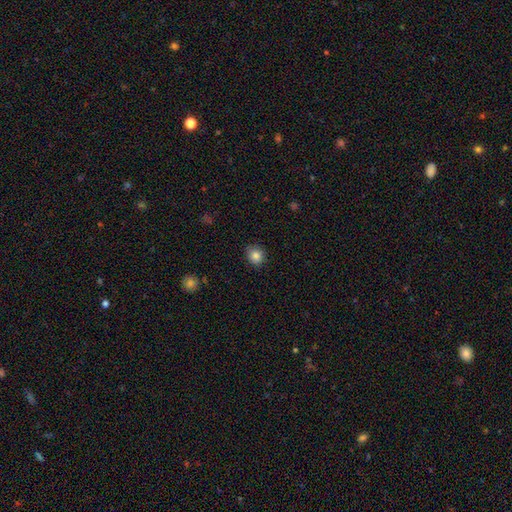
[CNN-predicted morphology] A smooth galaxy with no disk features (84%) that is round (76%).

Vote fractions:
- Smooth or featured? smooth: 84% / star or artifact: 10% / featured or disk: 6%
- How rounded? round: 76% / in between: 23% / cigar-shaped: 1%
- Merging? none: 85% / minor disturbance: 12% / major disturbance: 2% / merger: 1%